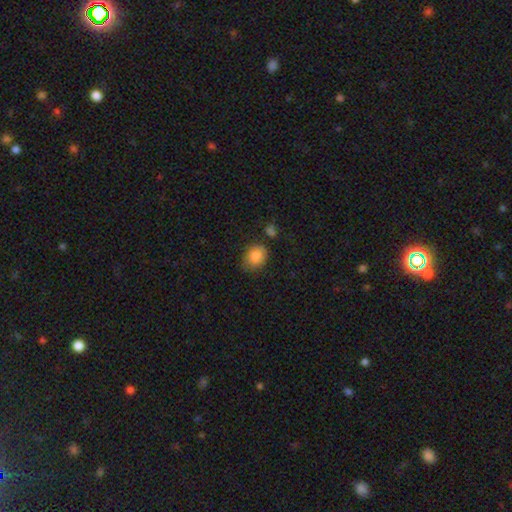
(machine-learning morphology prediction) smooth 81%, featured or disk 11%, star or artifact 8%. Down the decision tree: how rounded — round (56%); merging — none (65%).